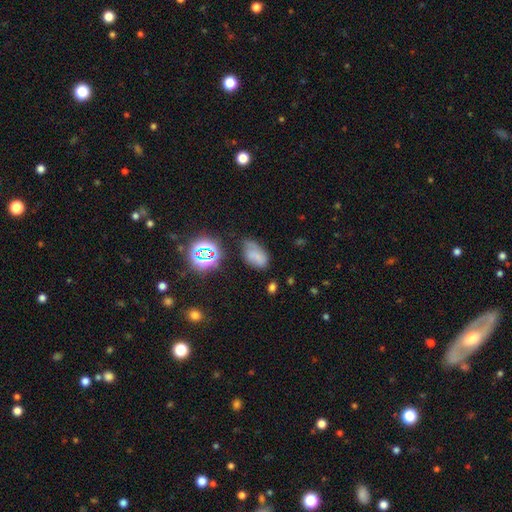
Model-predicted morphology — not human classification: type=smooth (56%); roundness=in between (88%); merging=none (42%).